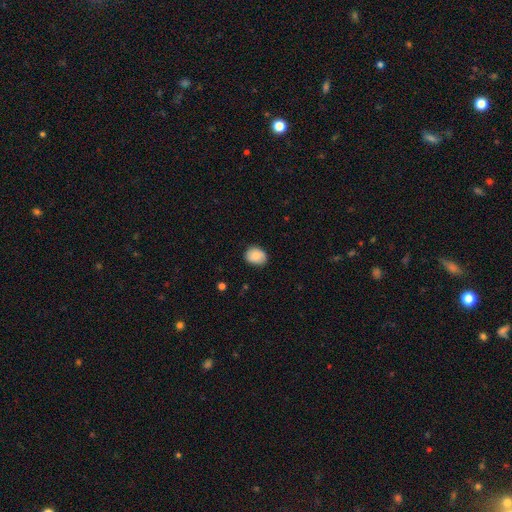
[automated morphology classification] The model was most divided on "how rounded": round: 51%, in between: 48%, cigar-shaped: 1%. More confident: smooth or featured — smooth (82%); merging — none (80%).